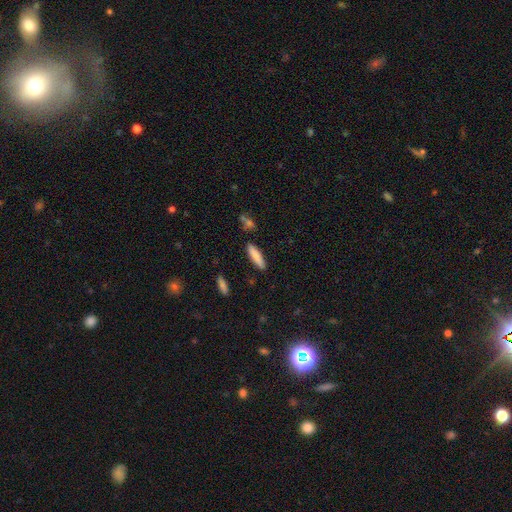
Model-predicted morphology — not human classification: Smooth or featured? smooth (82%)
How rounded? cigar-shaped (77%)
Merging? none (87%)